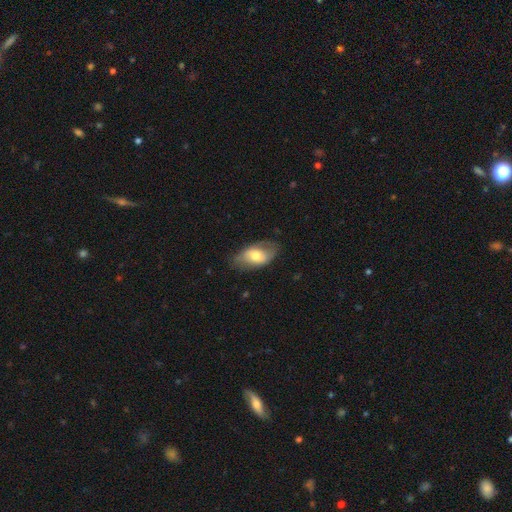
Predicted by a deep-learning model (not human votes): Smooth or featured? Predicted: smooth (p=0.58). How rounded? Predicted: in between (p=0.92). Merging? Predicted: none (p=0.68).